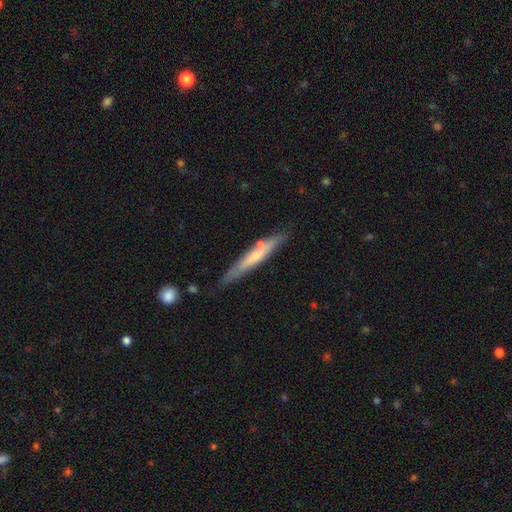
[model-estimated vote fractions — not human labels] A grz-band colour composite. It shows a featured or disk galaxy (50%). Merging: none (76%).